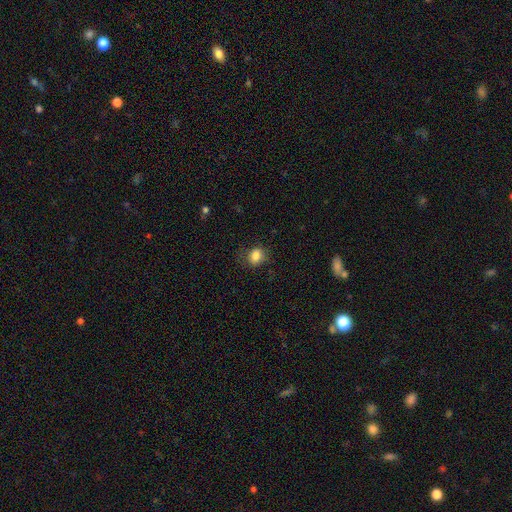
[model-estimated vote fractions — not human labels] Overall: smooth (84%). How rounded: round (54%; in between 45%). Merging: none (75%).